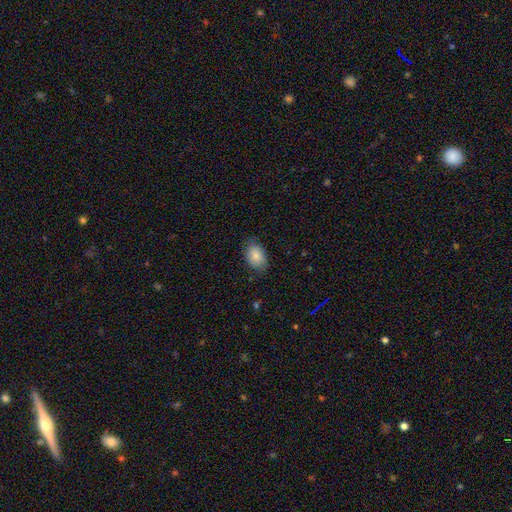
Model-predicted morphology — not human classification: Overall: smooth (85%). How rounded: in between (83%). Merging: none (75%).